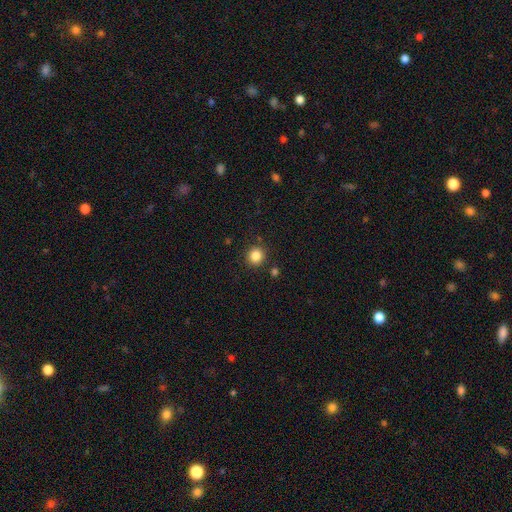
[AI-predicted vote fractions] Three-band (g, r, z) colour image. It shows a smooth galaxy with no disk features (85%) that is round (91%). Merging: none (88%).